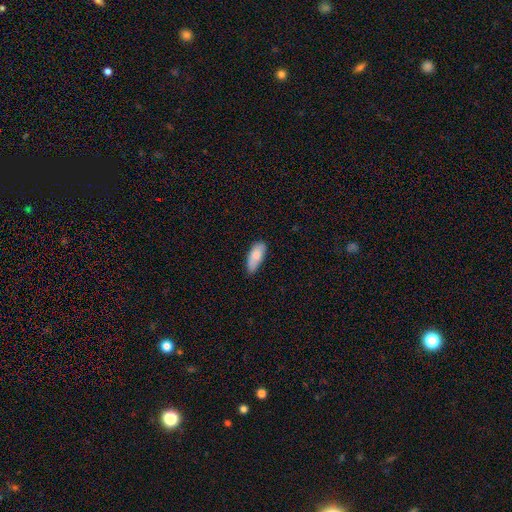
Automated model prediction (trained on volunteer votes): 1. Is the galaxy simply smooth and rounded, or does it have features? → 82% smooth, 11% featured or disk, 6% star or artifact.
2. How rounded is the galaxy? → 83% in between, 15% cigar-shaped, 2% round.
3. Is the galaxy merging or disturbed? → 67% none, 28% minor disturbance, 4% major disturbance, 2% merger.